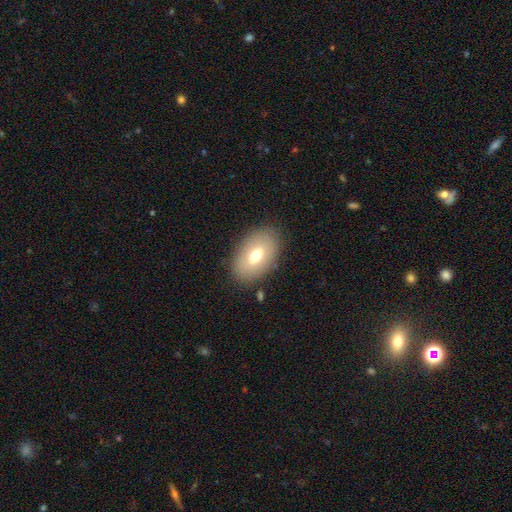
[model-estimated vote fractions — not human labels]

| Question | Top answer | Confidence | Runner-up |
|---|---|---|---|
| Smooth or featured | smooth | 68% | featured or disk (24%) |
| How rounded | in between | 92% | round (6%) |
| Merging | none | 85% | minor disturbance (10%) |